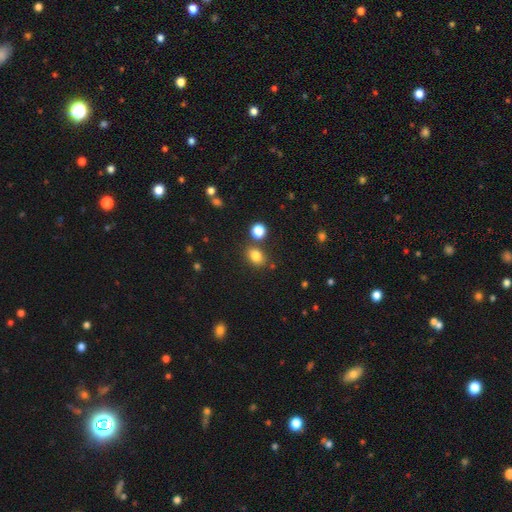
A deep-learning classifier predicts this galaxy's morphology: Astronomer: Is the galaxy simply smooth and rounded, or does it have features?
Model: smooth — 82%.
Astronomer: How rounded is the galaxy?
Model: in between — 59% (runner-up: round, 40%).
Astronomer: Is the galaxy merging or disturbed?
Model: none — 75%.